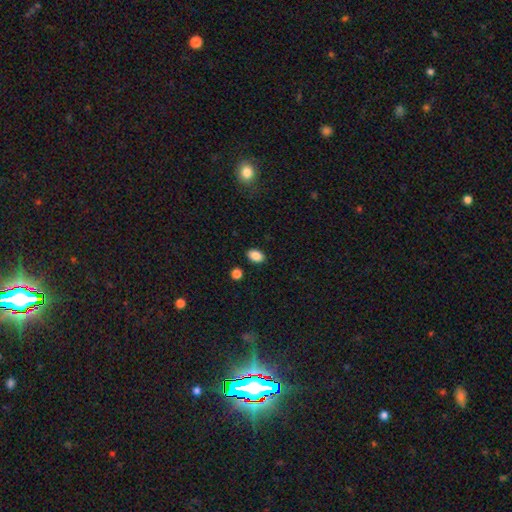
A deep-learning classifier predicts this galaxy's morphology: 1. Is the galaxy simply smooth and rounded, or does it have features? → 87% smooth, 9% star or artifact, 4% featured or disk.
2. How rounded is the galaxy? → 85% in between, 14% round, 1% cigar-shaped.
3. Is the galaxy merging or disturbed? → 86% none, 9% minor disturbance, 3% merger, 2% major disturbance.